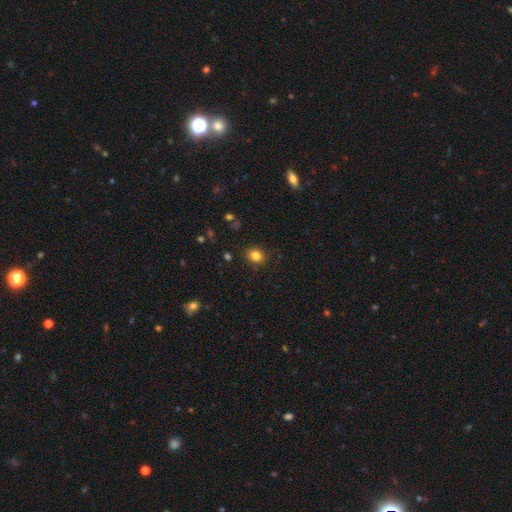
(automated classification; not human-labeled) Smooth or featured: smooth — 83% (star or artifact — 12%)
How rounded: round — 78% (in between — 21%)
Merging: none — 89% (minor disturbance — 8%)